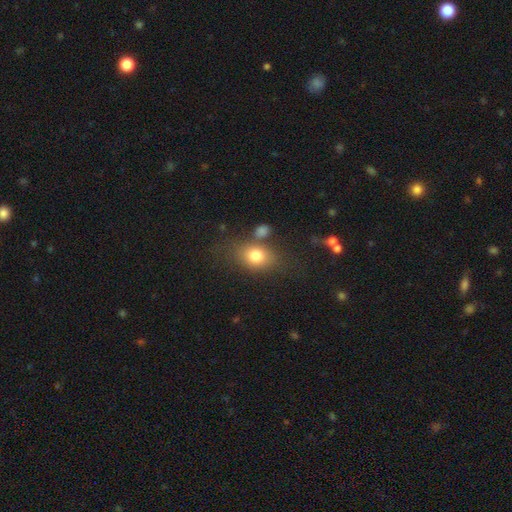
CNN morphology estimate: smooth_or_featured: smooth (p=0.77) [alt: featured or disk p=0.12]
how_rounded: in between (p=0.65) [alt: round p=0.33]
merging: none (p=0.63) [alt: minor disturbance p=0.16]